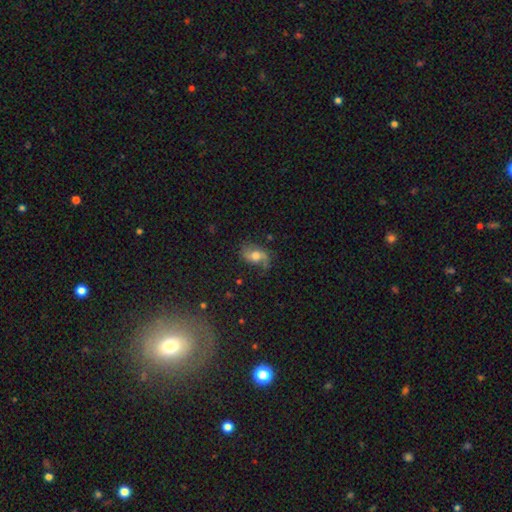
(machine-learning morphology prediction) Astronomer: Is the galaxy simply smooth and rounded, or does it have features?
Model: featured or disk — 58%.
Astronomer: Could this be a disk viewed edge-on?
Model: no — 95%.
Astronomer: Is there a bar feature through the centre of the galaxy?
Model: no — 61%.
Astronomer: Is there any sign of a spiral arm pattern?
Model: yes — 88%.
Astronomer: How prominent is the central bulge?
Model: moderate — 61%.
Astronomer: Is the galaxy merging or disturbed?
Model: none — 62%.